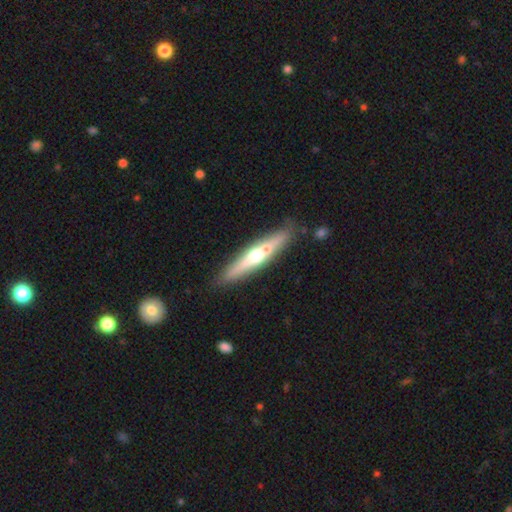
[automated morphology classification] featured or disk 61%, smooth 33%, star or artifact 6%. Down the decision tree: edge-on disk — yes (92%); edge-on bulge — rounded (91%); merging — none (76%).